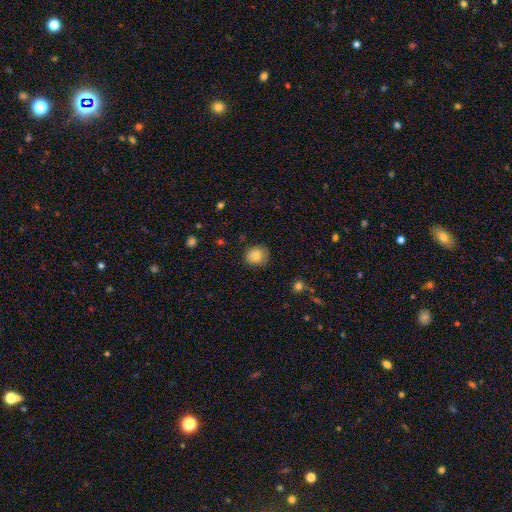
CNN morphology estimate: smooth-or-featured: smooth: 80% | featured or disk: 10% | star or artifact: 9%
  how-rounded: round: 83% | in between: 16% | cigar-shaped: 1%
  merging: none: 80% | minor disturbance: 15% | major disturbance: 3% | merger: 1%